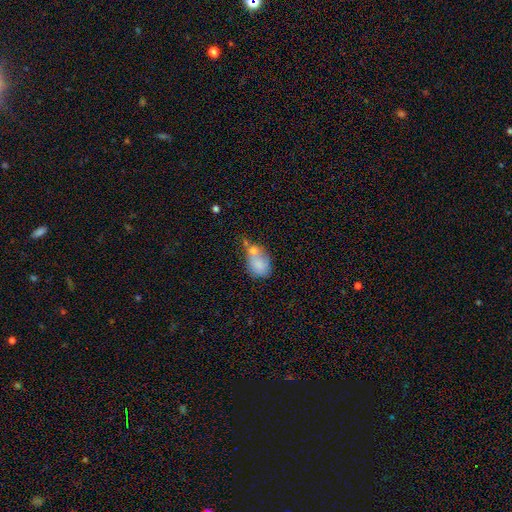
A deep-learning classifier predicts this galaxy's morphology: The model was most divided on "merging": merger: 40%, none: 29%, minor disturbance: 20%, major disturbance: 11%. More confident: smooth or featured — smooth (72%); how rounded — in between (62%).